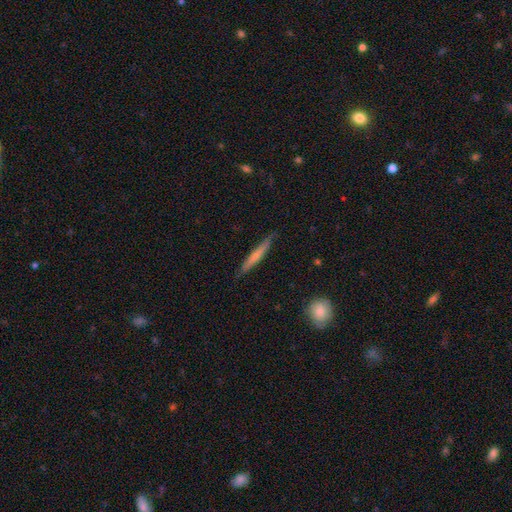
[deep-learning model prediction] Smooth or featured? smooth (56%)
How rounded? cigar-shaped (94%)
Merging? none (85%)